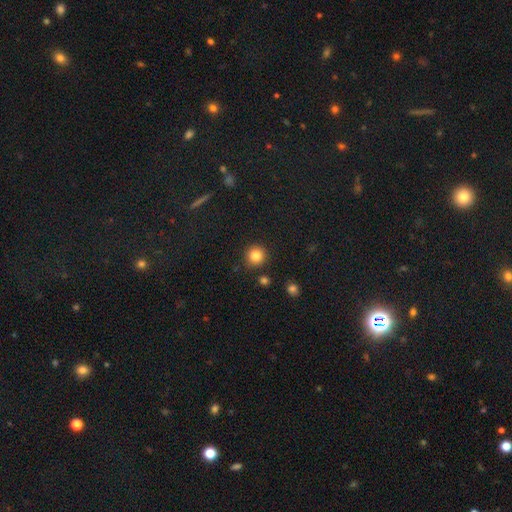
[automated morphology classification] type=smooth (83%); roundness=round (94%); merging=none (89%).